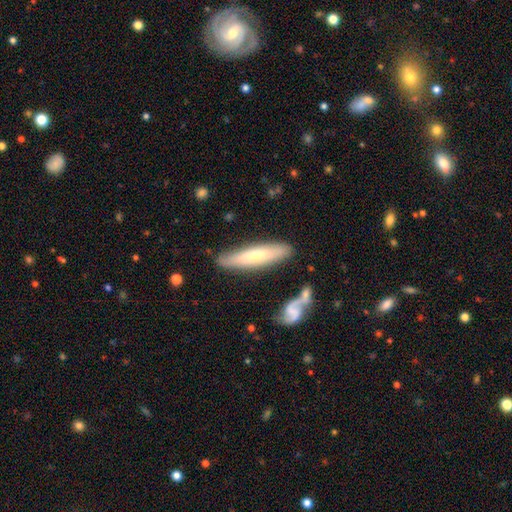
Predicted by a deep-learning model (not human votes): This is possibly a smooth galaxy (56%). How rounded: clearly cigar-shaped (82%). Merging: likely none (79%).